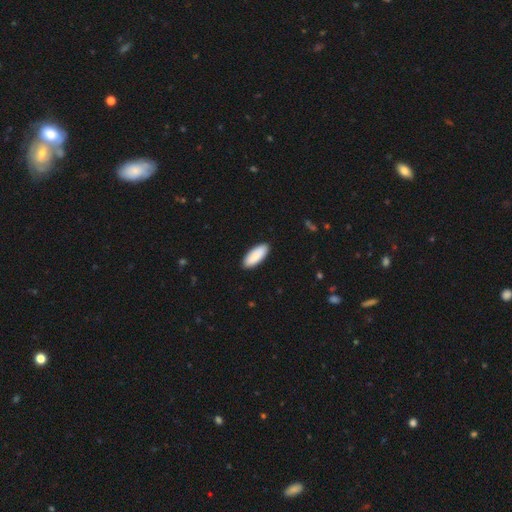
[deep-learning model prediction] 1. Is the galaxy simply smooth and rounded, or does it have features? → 89% smooth, 6% featured or disk, 5% star or artifact.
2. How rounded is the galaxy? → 80% in between, 19% cigar-shaped, 2% round.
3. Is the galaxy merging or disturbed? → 90% none, 7% minor disturbance, 1% major disturbance, 1% merger.